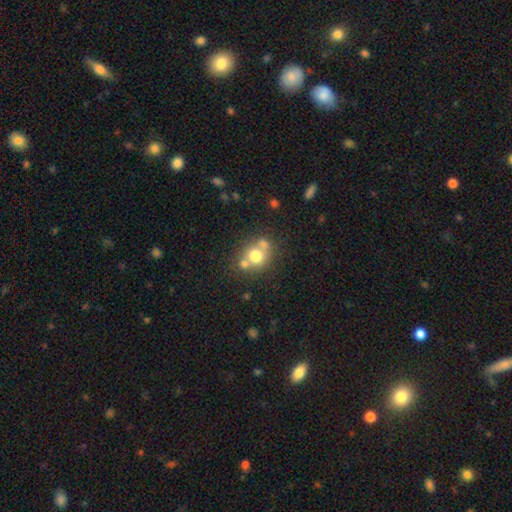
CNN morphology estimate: Smooth or featured: smooth — 68% (featured or disk — 19%)
How rounded: round — 76% (in between — 23%)
Merging: none — 50% (merger — 34%)